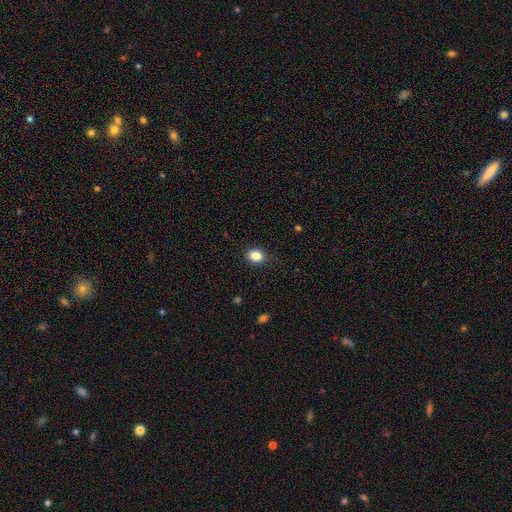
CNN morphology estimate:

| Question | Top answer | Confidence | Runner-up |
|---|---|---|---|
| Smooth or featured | smooth | 85% | star or artifact (10%) |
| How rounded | in between | 56% | round (43%) |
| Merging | none | 87% | minor disturbance (10%) |